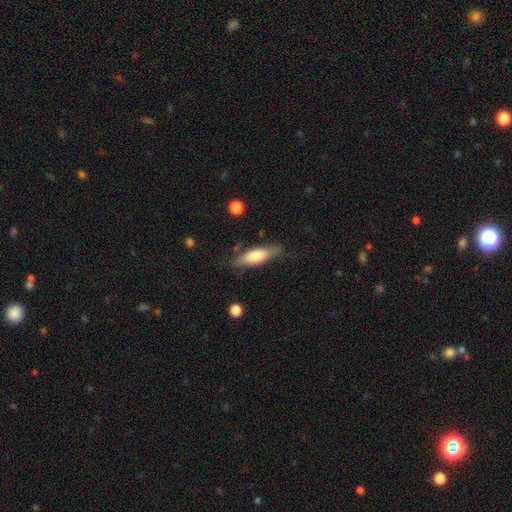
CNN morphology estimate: Q: Smooth or featured?
A: smooth (61%); runner-up: featured or disk (33%)
Q: How rounded?
A: in between (51%); runner-up: cigar-shaped (47%)
Q: Merging?
A: none (71%); runner-up: minor disturbance (21%)